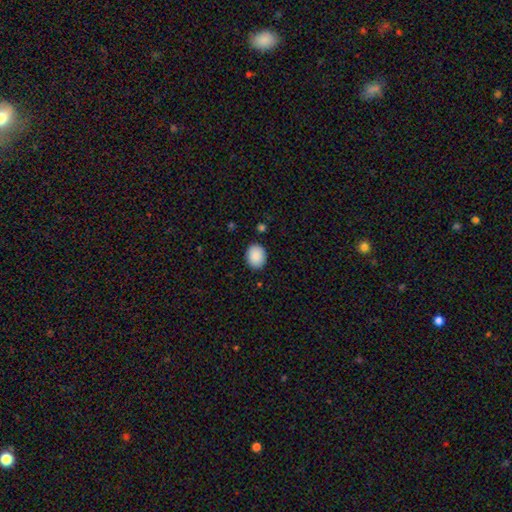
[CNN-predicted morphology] A smooth galaxy with no disk features (90%) that is in between round and cigar-shaped (53%). Merging: none (88%).